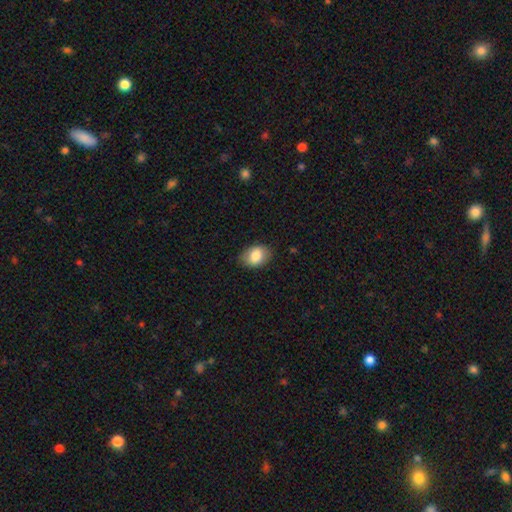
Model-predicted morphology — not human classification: smooth 83%, featured or disk 9%, star or artifact 7%. Down the decision tree: how rounded — in between (79%); merging — none (83%).